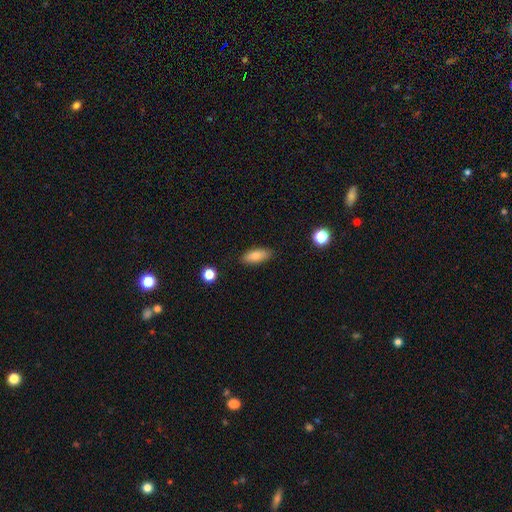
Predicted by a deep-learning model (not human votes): This is likely a smooth galaxy (78%). How rounded: likely in between (79%). Merging: clearly none (87%).